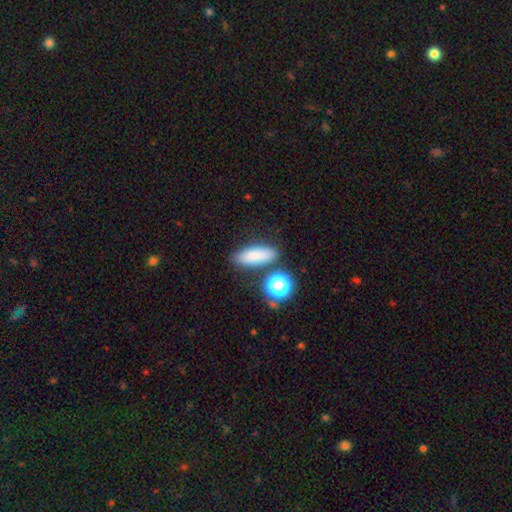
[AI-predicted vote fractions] Q: Smooth or featured?
A: smooth (80%); runner-up: star or artifact (11%)
Q: How rounded?
A: in between (65%); runner-up: cigar-shaped (28%)
Q: Merging?
A: none (78%); runner-up: minor disturbance (11%)